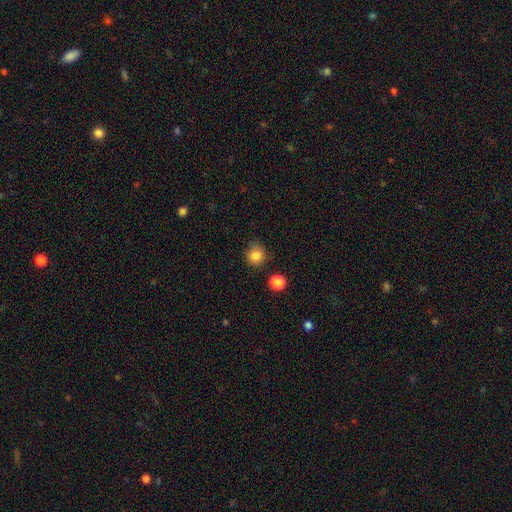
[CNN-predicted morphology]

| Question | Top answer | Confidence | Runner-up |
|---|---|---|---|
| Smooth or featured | smooth | 85% | star or artifact (11%) |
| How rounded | round | 88% | in between (11%) |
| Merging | none | 84% | minor disturbance (10%) |